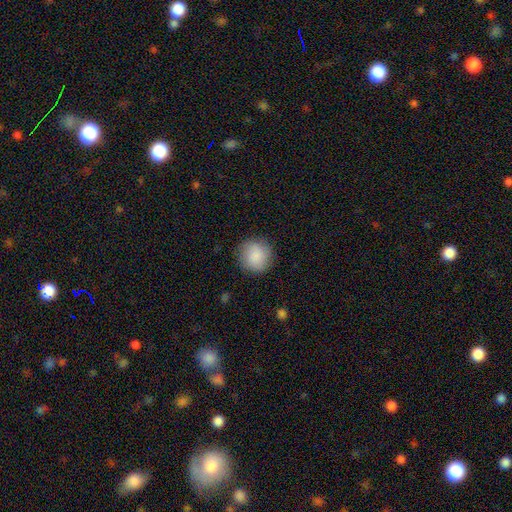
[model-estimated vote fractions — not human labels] Smooth or featured? Predicted: smooth (p=0.86). How rounded? Predicted: round (p=0.91). Merging? Predicted: none (p=0.85).